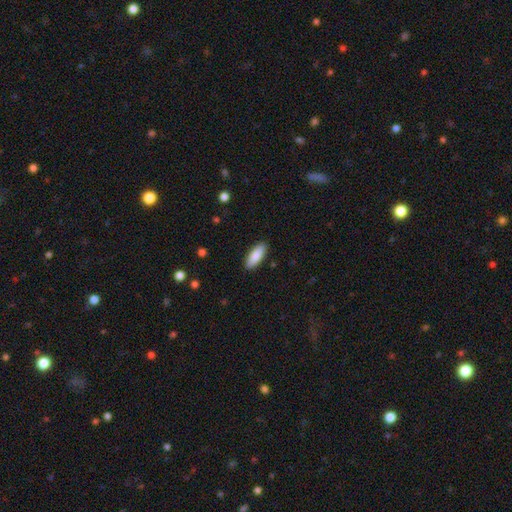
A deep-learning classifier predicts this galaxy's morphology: Smooth or featured? smooth (88%)
How rounded? in between (71%)
Merging? none (90%)